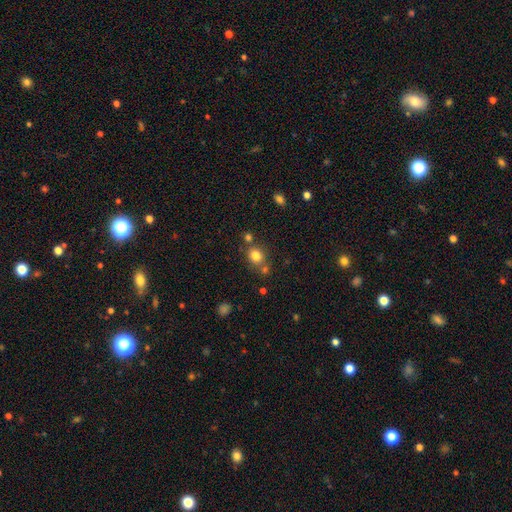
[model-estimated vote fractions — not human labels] A smooth galaxy with no disk features (79%) that is round (71%).

Vote fractions:
- Smooth or featured? smooth: 79% / star or artifact: 13% / featured or disk: 8%
- How rounded? round: 71% / in between: 28% / cigar-shaped: 1%
- Merging? none: 64% / merger: 20% / minor disturbance: 11% / major disturbance: 4%